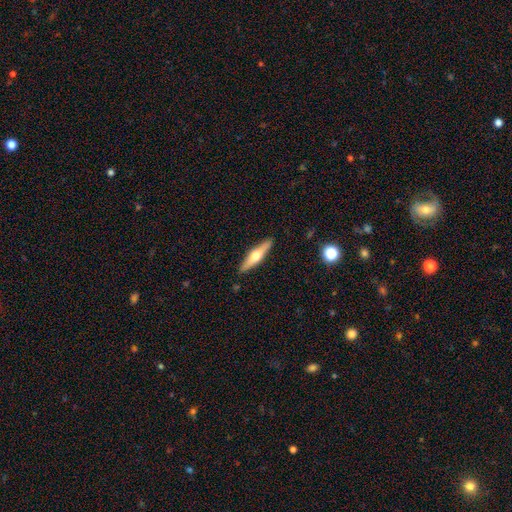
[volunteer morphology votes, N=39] Overall: featured or disk (64%; smooth 36%). Edge-on disk: yes (92%). Edge-on bulge: rounded (96%). Merging: none (82%).